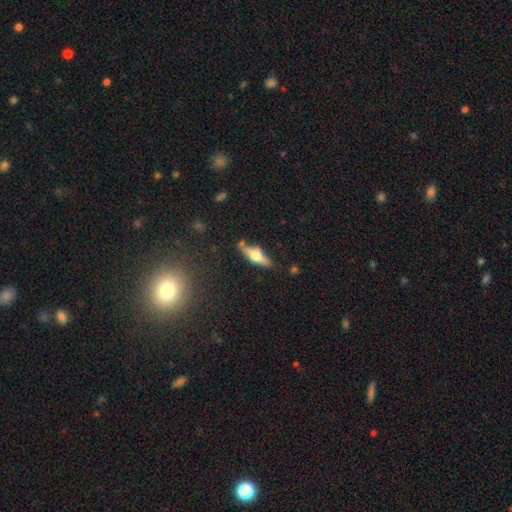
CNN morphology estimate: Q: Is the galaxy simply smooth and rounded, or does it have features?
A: featured or disk — 55%.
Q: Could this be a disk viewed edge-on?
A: yes — 91%.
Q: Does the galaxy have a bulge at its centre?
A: rounded — 93%.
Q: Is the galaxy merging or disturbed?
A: none — 75%.